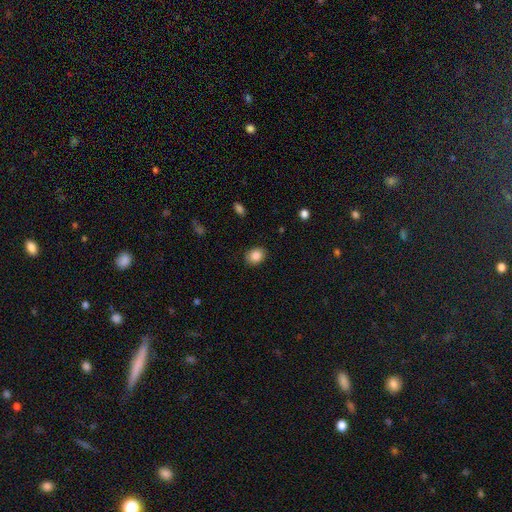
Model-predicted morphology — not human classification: Q: Smooth or featured?
A: smooth (87%); runner-up: star or artifact (9%)
Q: How rounded?
A: round (50%); runner-up: in between (49%)
Q: Merging?
A: none (87%); runner-up: minor disturbance (10%)